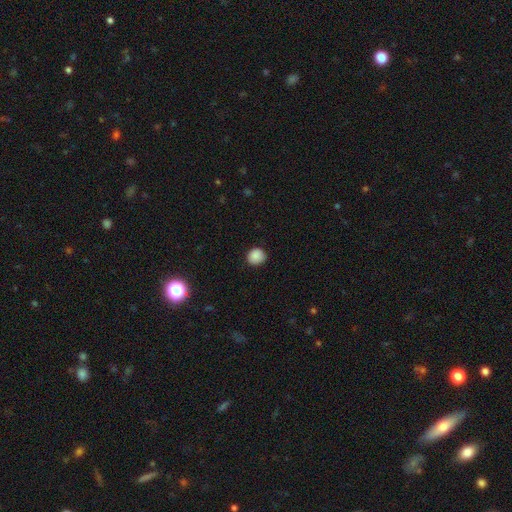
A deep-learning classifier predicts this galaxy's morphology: smooth_or_featured: smooth (p=0.87) [alt: star or artifact p=0.10]
how_rounded: round (p=0.86) [alt: in between p=0.13]
merging: none (p=0.86) [alt: minor disturbance p=0.11]